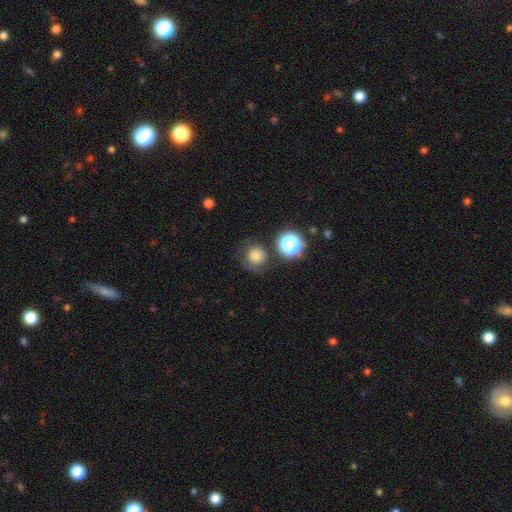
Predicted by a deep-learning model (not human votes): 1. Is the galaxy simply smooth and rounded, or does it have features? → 75% smooth, 15% star or artifact, 10% featured or disk.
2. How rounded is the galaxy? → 91% round, 8% in between, 1% cigar-shaped.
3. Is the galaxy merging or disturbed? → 66% none, 17% minor disturbance, 10% major disturbance, 7% merger.